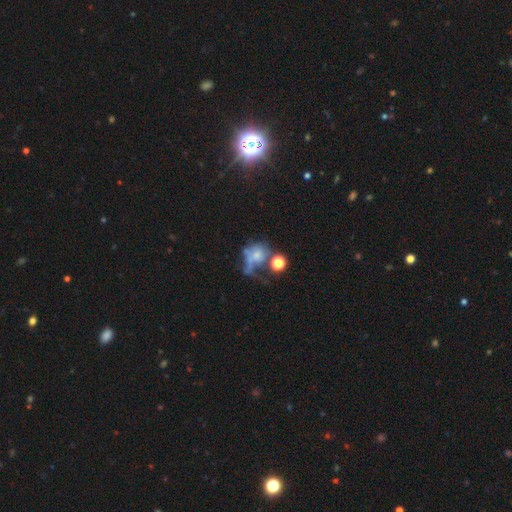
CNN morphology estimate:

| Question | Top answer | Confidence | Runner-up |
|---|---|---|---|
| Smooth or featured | smooth | 48% | featured or disk (35%) |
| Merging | major disturbance | 39% | merger (26%) |